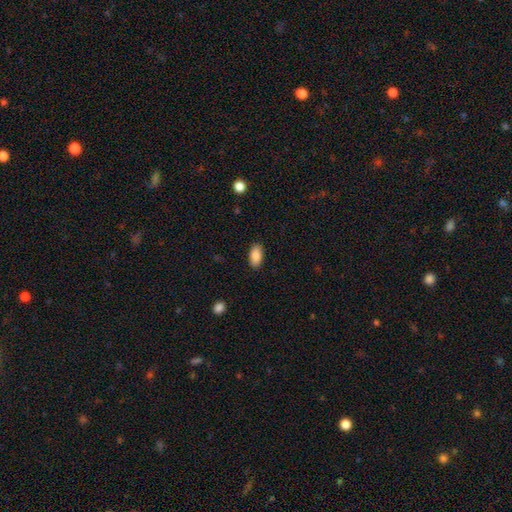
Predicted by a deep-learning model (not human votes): Smooth or featured: smooth — 88% (star or artifact — 7%)
How rounded: in between — 94% (round — 3%)
Merging: none — 88% (minor disturbance — 8%)